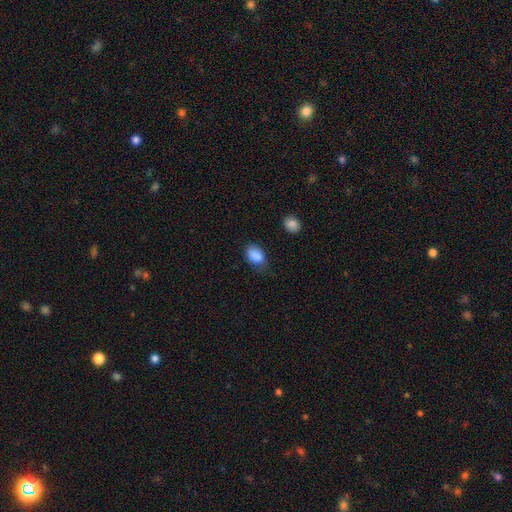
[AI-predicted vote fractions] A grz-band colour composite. It shows a smooth galaxy with no disk features (88%) that is in between round and cigar-shaped (83%). Merging: none (66%).